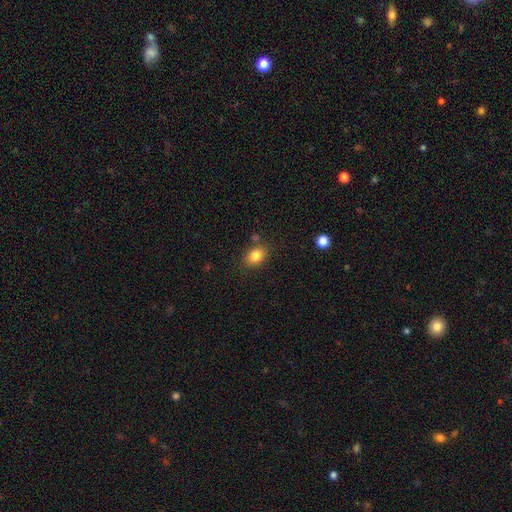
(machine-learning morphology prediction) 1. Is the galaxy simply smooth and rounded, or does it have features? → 84% smooth, 10% star or artifact, 6% featured or disk.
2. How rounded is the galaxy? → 63% in between, 36% round, 1% cigar-shaped.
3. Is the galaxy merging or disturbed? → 76% none, 14% minor disturbance, 6% merger, 4% major disturbance.